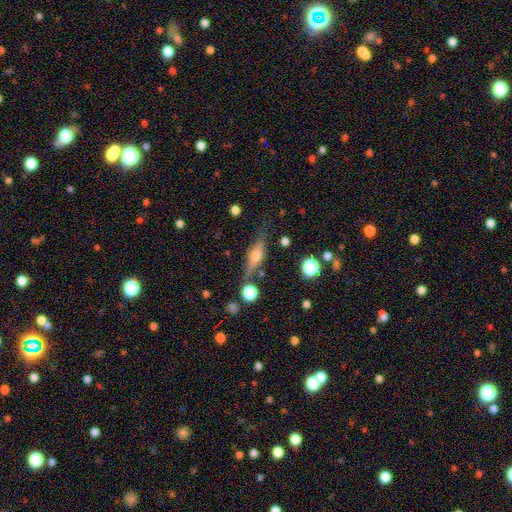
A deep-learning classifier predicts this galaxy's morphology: This is possibly a featured or disk galaxy (58%). It is clearly viewed edge-on (93%). Edge-on bulge: clearly rounded (88%). Merging: likely none (75%).